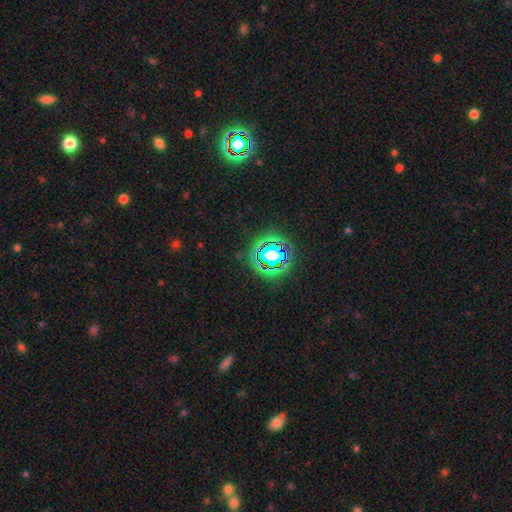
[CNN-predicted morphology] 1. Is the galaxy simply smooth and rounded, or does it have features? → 80% star or artifact, 12% smooth, 7% featured or disk.